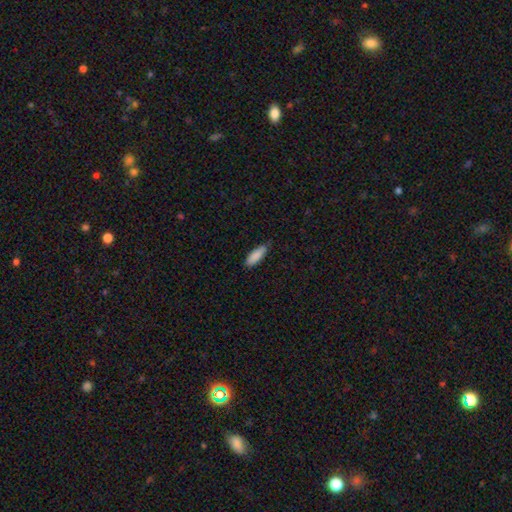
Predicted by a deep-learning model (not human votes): This appears to be a smooth galaxy with no disk features (89%) that is in between round and cigar-shaped (59%). Merging: none (75%).